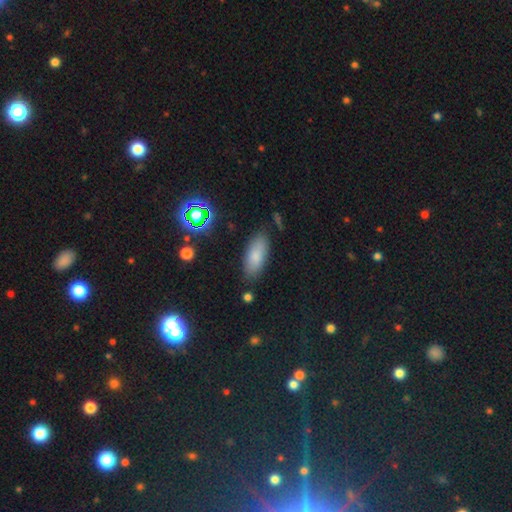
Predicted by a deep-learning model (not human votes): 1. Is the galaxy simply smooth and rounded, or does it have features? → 80% smooth, 11% featured or disk, 9% star or artifact.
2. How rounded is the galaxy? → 85% in between, 13% cigar-shaped, 2% round.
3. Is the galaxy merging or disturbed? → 83% none, 12% minor disturbance, 3% major disturbance, 2% merger.